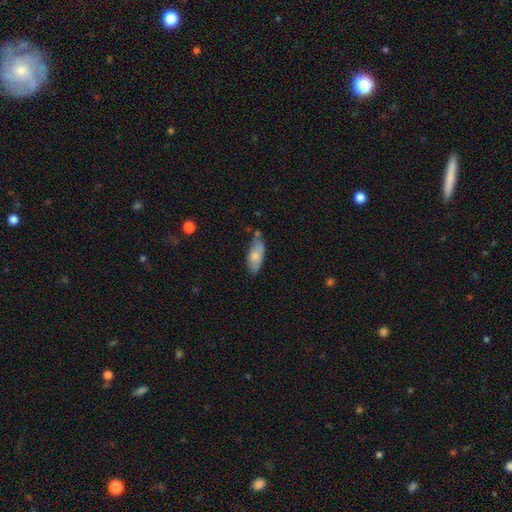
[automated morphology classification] Q: Smooth or featured?
A: smooth (73%); runner-up: featured or disk (20%)
Q: How rounded?
A: in between (81%); runner-up: cigar-shaped (16%)
Q: Merging?
A: none (56%); runner-up: minor disturbance (30%)